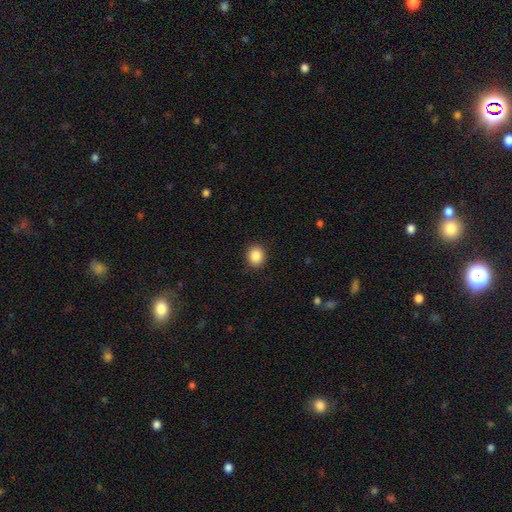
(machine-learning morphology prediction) Smooth or featured?
  - smooth: 87% *
  - star or artifact: 9%
  - featured or disk: 4%
How rounded?
  - round: 80% *
  - in between: 20%
  - cigar-shaped: 1%
Merging?
  - none: 90% *
  - minor disturbance: 6%
  - major disturbance: 2%
  - merger: 1%